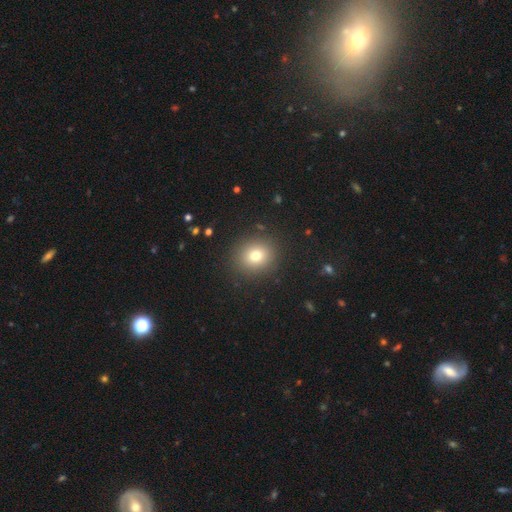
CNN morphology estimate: A smooth galaxy with no disk features (75%) that is round (80%). Merging: none (89%).